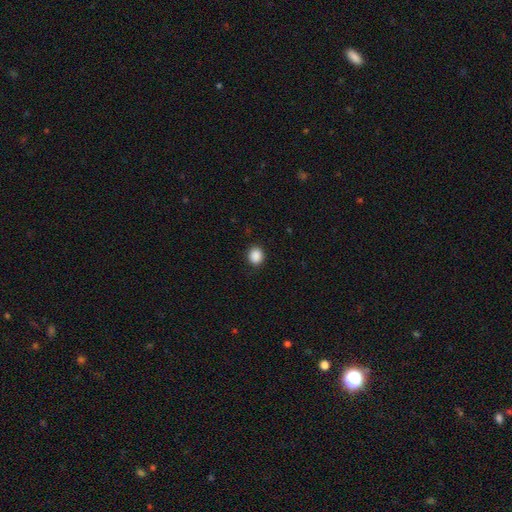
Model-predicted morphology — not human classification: A smooth galaxy with no disk features (89%) that is round (75%). Merging: none (90%).